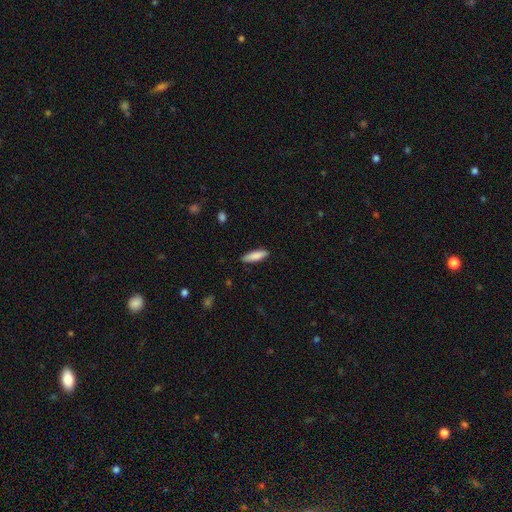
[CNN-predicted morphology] smooth-or-featured: smooth: 85% | featured or disk: 9% | star or artifact: 6%
  how-rounded: cigar-shaped: 57% | in between: 42% | round: 2%
  merging: none: 87% | minor disturbance: 10% | major disturbance: 2% | merger: 1%